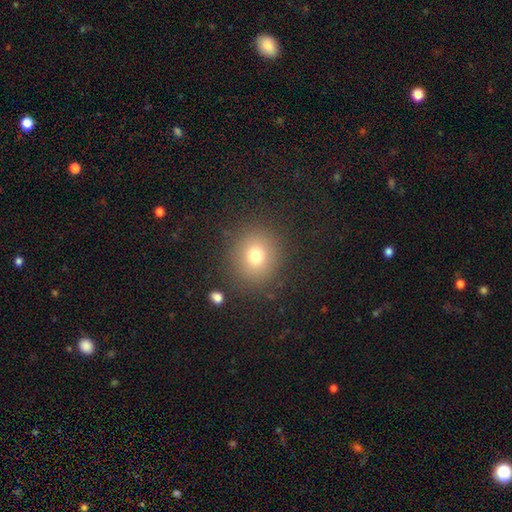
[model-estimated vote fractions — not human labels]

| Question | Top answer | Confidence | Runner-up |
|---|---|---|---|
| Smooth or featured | smooth | 75% | star or artifact (15%) |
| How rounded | round | 84% | in between (15%) |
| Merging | none | 87% | minor disturbance (8%) |